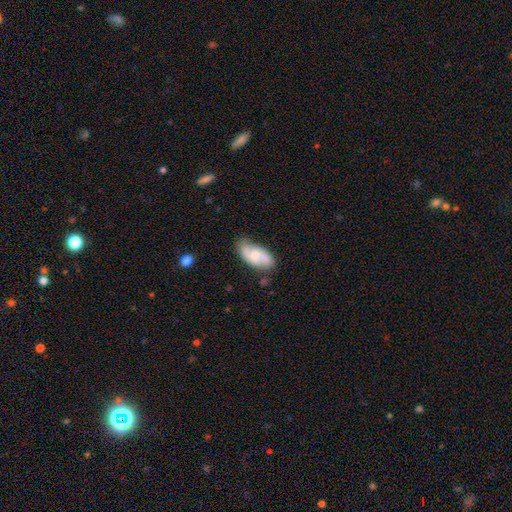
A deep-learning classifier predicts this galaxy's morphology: Overall: featured or disk (52%; smooth 42%). Edge-on disk: no (94%). Merging: none (68%).